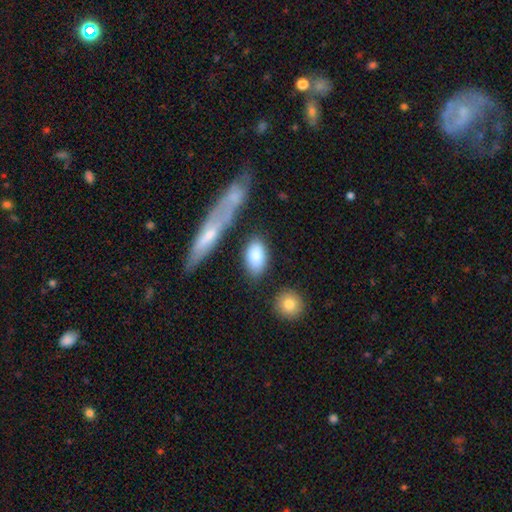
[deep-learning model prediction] Smooth or featured? smooth (83%)
How rounded? in between (88%)
Merging? none (76%)